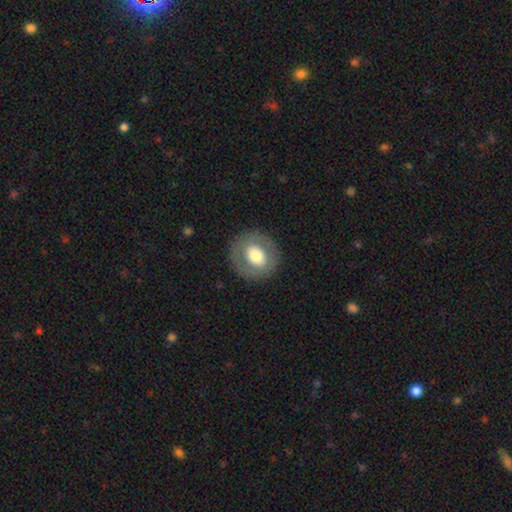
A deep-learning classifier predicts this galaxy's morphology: Q: Smooth or featured?
A: smooth (59%); runner-up: featured or disk (33%)
Q: How rounded?
A: round (87%); runner-up: in between (12%)
Q: Merging?
A: none (86%); runner-up: minor disturbance (9%)